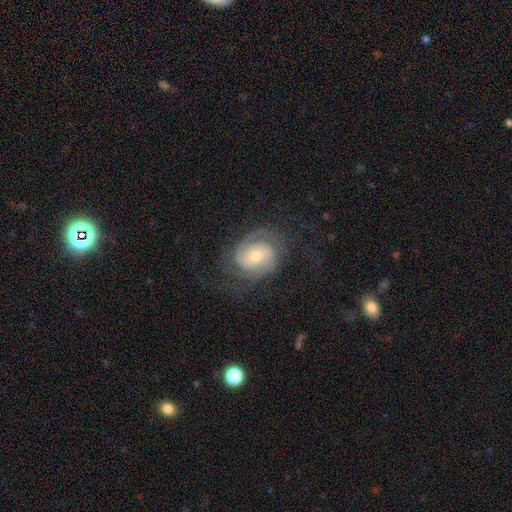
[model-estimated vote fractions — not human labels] Smooth or featured? Predicted: featured or disk (p=0.83). Edge-on disk? Predicted: no (p=0.98). Bar? Predicted: no (p=0.58). Spiral arms? Predicted: yes (p=0.96). Spiral winding? Predicted: tight (p=0.52). Spiral arm count? Predicted: 2 (p=0.65). Bulge size? Predicted: moderate (p=0.48). Merging? Predicted: none (p=0.68).